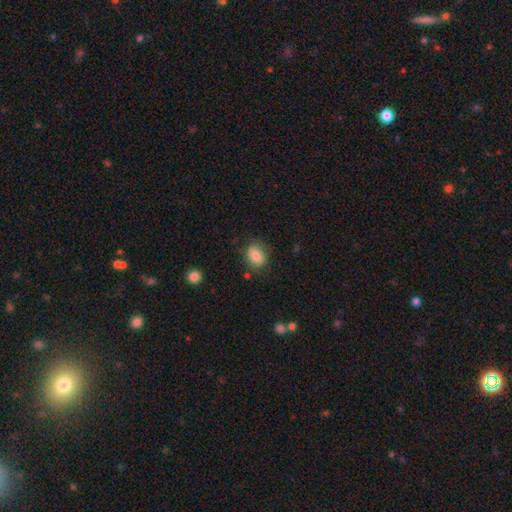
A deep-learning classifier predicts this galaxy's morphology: Smooth or featured? smooth (83%)
How rounded? in between (65%)
Merging? none (74%)